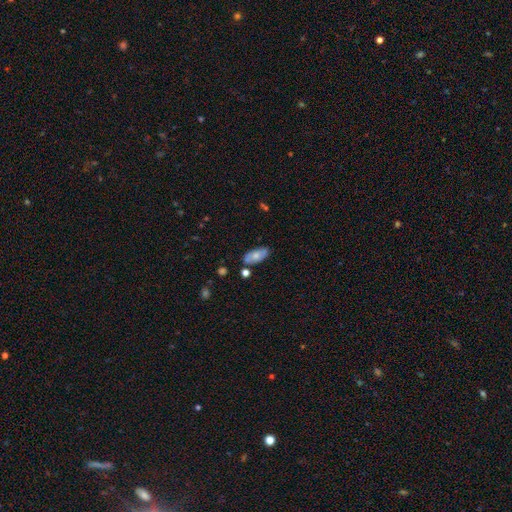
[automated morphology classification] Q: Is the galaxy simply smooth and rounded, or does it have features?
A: smooth — 57%.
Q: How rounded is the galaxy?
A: in between — 88%.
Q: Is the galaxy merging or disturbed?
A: none — 72%.